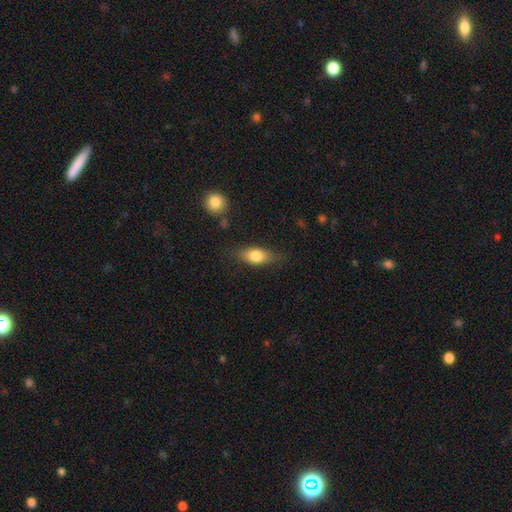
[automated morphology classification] smooth-or-featured: smooth: 76% | featured or disk: 17% | star or artifact: 7%
  how-rounded: in between: 80% | cigar-shaped: 12% | round: 8%
  merging: none: 75% | minor disturbance: 18% | major disturbance: 5% | merger: 2%